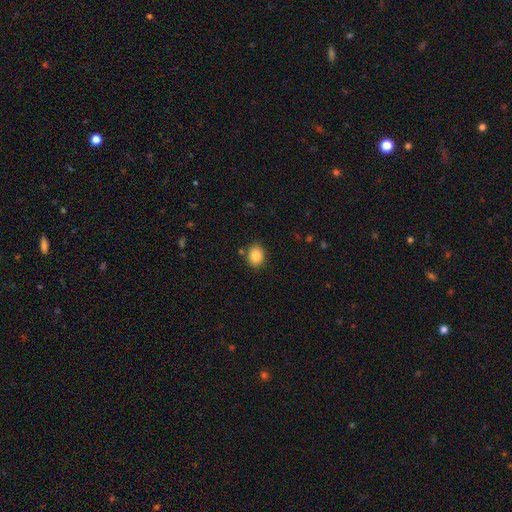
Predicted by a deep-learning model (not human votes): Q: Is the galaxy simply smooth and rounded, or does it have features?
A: smooth — 86%.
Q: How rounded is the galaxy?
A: in between — 57%.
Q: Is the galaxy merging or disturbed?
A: none — 84%.